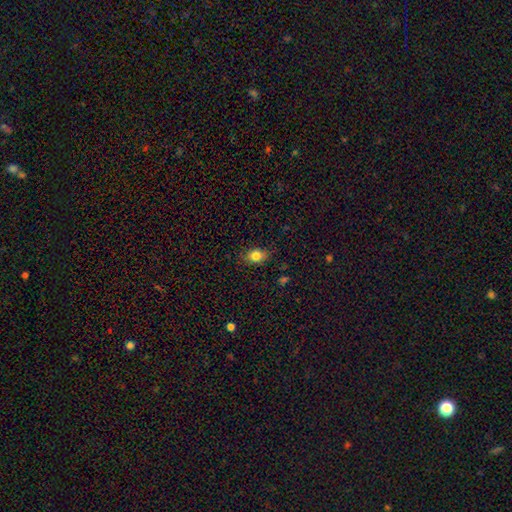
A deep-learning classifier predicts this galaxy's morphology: Q: Smooth or featured?
A: smooth (82%); runner-up: star or artifact (10%)
Q: How rounded?
A: in between (67%); runner-up: round (31%)
Q: Merging?
A: none (83%); runner-up: minor disturbance (13%)